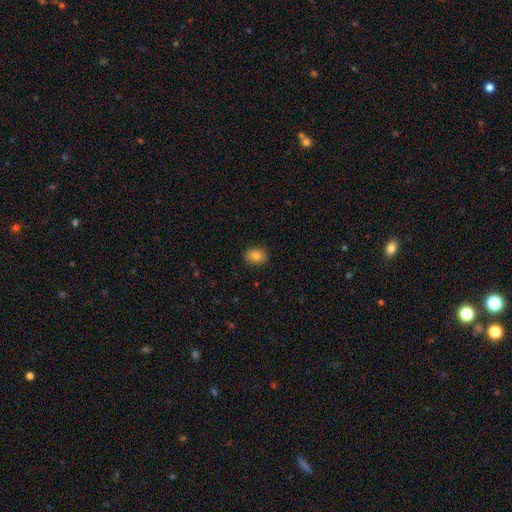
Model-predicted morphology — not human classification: This appears to be a smooth galaxy with no disk features (83%) that is in between round and cigar-shaped (66%). Merging: none (89%).